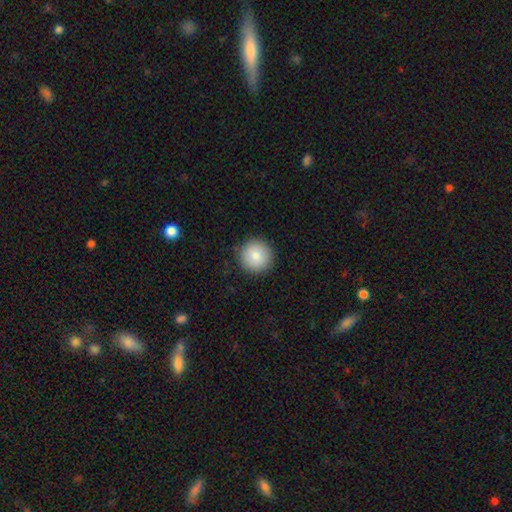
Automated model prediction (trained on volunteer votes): Overall: smooth (84%). How rounded: round (95%). Merging: none (90%).